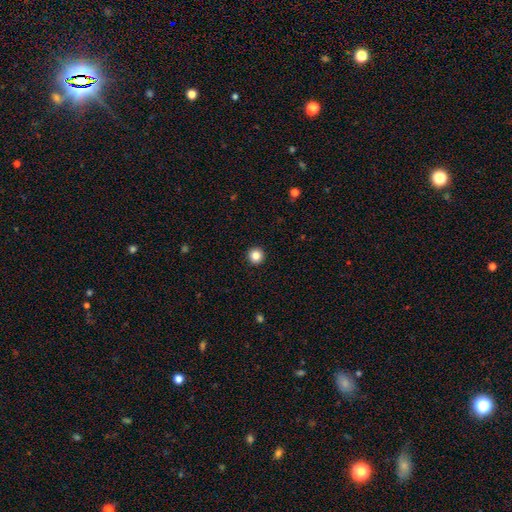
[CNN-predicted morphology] type=smooth (85%); roundness=round (96%); merging=none (94%).